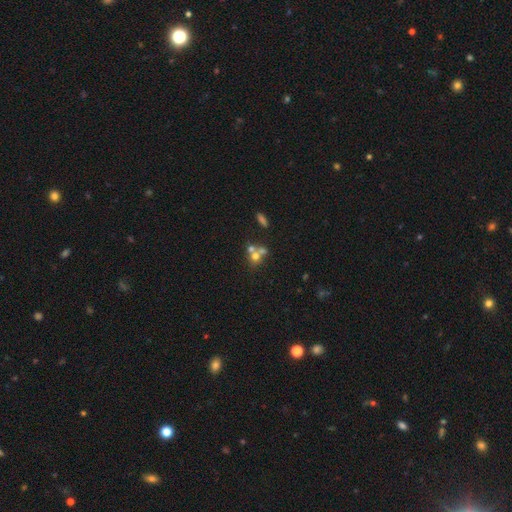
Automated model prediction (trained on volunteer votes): Q: Smooth or featured?
A: smooth (60%); runner-up: featured or disk (24%)
Q: How rounded?
A: round (75%); runner-up: in between (23%)
Q: Merging?
A: merger (55%); runner-up: none (33%)